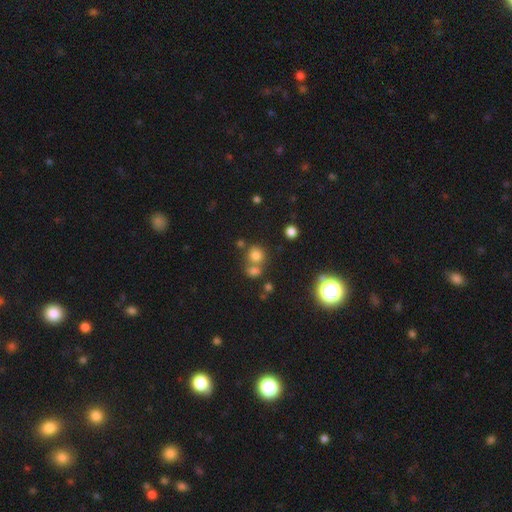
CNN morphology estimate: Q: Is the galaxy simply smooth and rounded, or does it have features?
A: smooth — 72%.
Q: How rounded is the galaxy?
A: round — 84%.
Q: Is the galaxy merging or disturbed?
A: none — 52%.